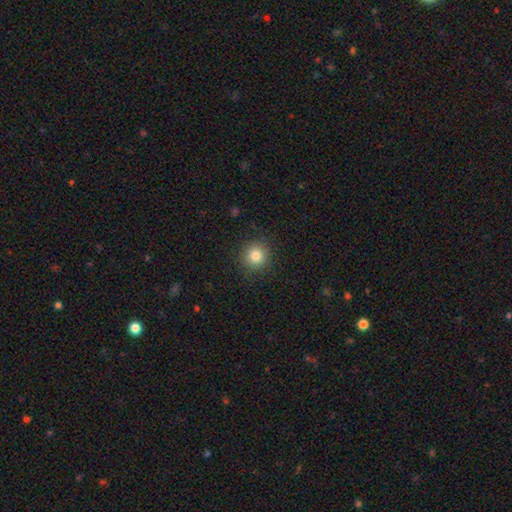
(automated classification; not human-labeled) smooth-or-featured: smooth: 82% | star or artifact: 12% | featured or disk: 6%
  how-rounded: round: 93% | in between: 7% | cigar-shaped: 1%
  merging: none: 90% | minor disturbance: 7% | major disturbance: 2% | merger: 1%